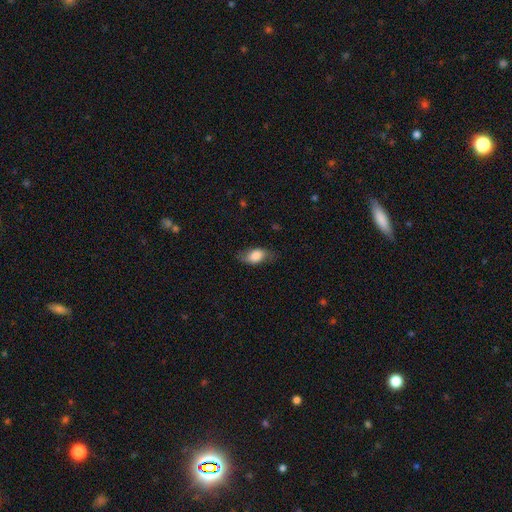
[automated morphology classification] type=smooth (75%); roundness=in between (86%); merging=none (72%).